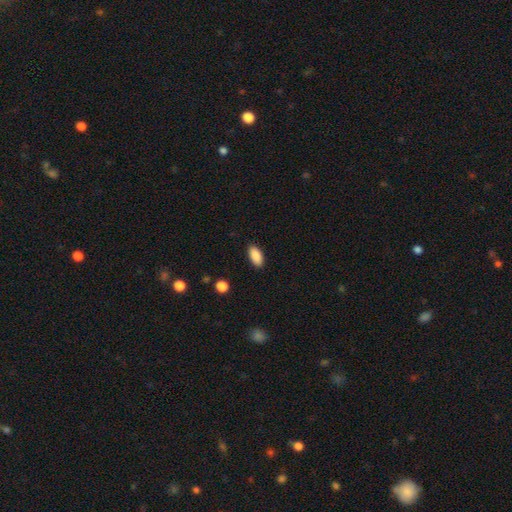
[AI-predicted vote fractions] This appears to be a smooth galaxy with no disk features (89%) that is in between round and cigar-shaped (90%). Merging: none (88%).